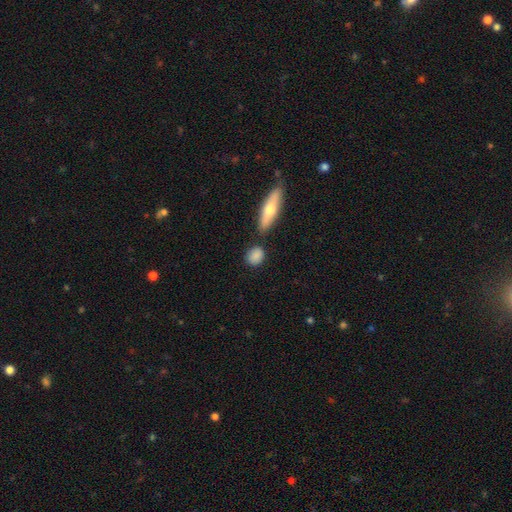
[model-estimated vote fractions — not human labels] Q: Smooth or featured?
A: smooth (85%); runner-up: featured or disk (8%)
Q: How rounded?
A: round (53%); runner-up: in between (41%)
Q: Merging?
A: none (74%); runner-up: minor disturbance (12%)